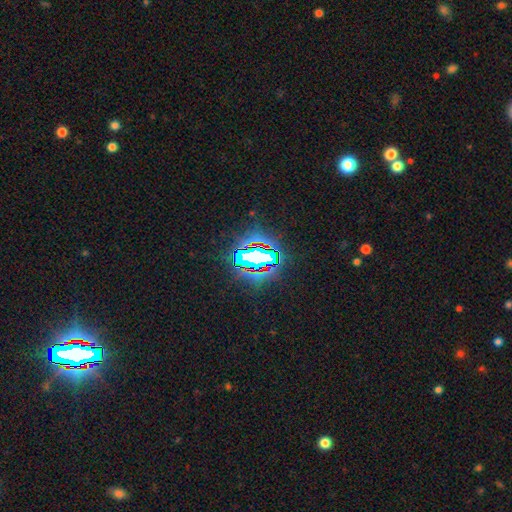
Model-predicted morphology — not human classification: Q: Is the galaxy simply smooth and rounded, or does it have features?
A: star or artifact — 68%.